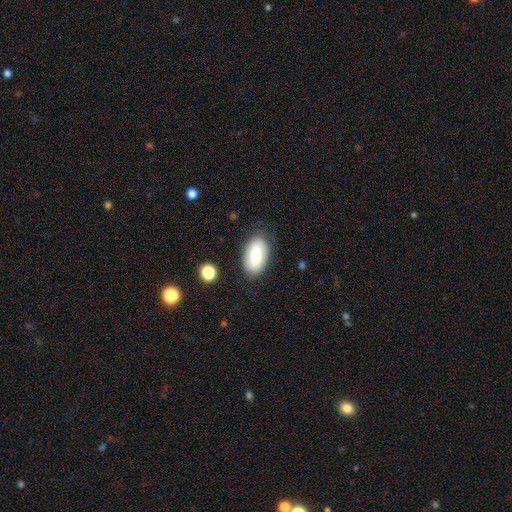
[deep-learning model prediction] smooth-or-featured: smooth: 68% | featured or disk: 25% | star or artifact: 7%
  how-rounded: in between: 93% | round: 5% | cigar-shaped: 3%
  merging: none: 81% | minor disturbance: 13% | major disturbance: 4% | merger: 2%